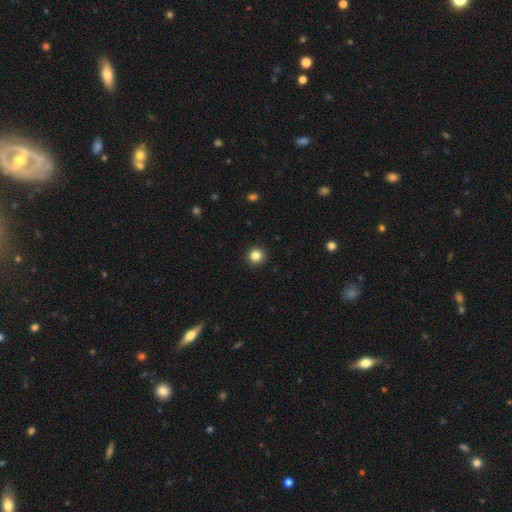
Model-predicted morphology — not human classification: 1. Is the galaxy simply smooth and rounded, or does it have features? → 84% smooth, 12% star or artifact, 5% featured or disk.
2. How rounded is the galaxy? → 95% round, 4% in between, 1% cigar-shaped.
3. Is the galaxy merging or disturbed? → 93% none, 5% minor disturbance, 2% major disturbance, 1% merger.